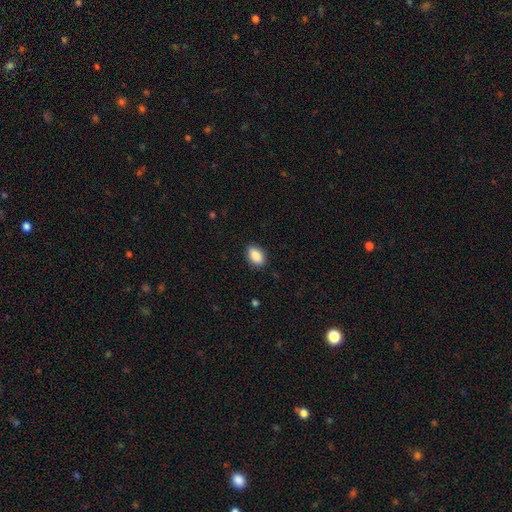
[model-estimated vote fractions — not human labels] smooth 89%, star or artifact 7%, featured or disk 4%. Down the decision tree: how rounded — in between (91%); merging — none (88%).